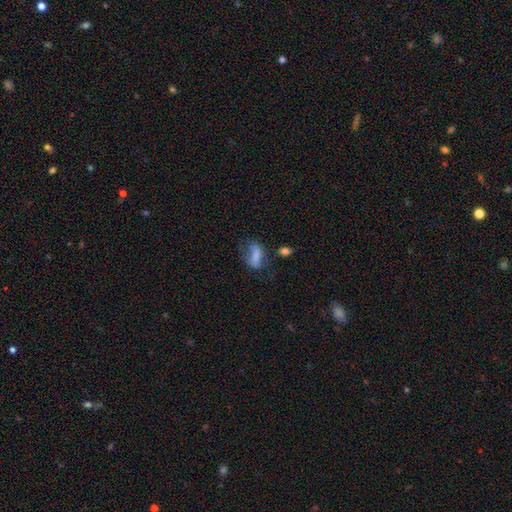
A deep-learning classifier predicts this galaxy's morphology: smooth-or-featured: smooth: 60% | featured or disk: 29% | star or artifact: 11%
  how-rounded: in between: 79% | cigar-shaped: 12% | round: 9%
  merging: none: 39% | minor disturbance: 26% | major disturbance: 26% | merger: 8%